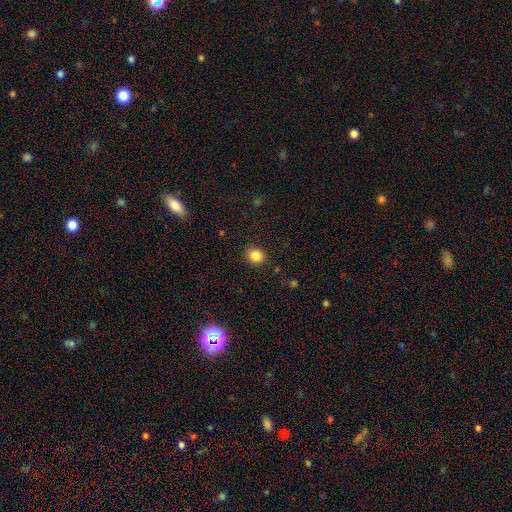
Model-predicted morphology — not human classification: A smooth galaxy with no disk features (85%) that is round (81%). Merging: none (89%).